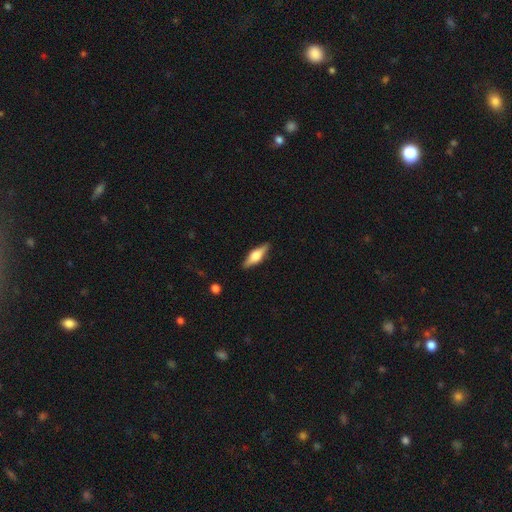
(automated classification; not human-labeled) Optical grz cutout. It shows a featured or disk galaxy (55%) viewed edge-on (95%) with a rounded central bulge (91%). Merging: none (89%).